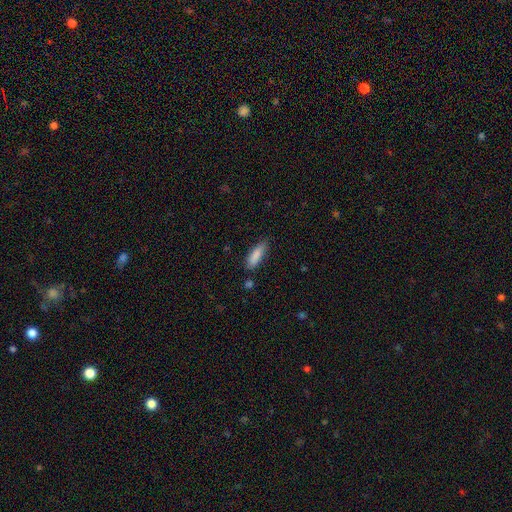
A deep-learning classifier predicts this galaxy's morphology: Q: Smooth or featured?
A: smooth (87%); runner-up: featured or disk (7%)
Q: How rounded?
A: in between (51%); runner-up: cigar-shaped (48%)
Q: Merging?
A: none (79%); runner-up: minor disturbance (16%)